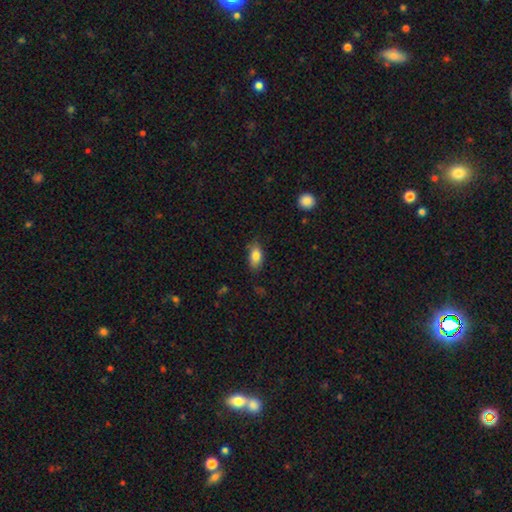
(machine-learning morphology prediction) smooth-or-featured: smooth: 82% | featured or disk: 10% | star or artifact: 8%
  how-rounded: in between: 89% | cigar-shaped: 6% | round: 5%
  merging: none: 78% | minor disturbance: 17% | major disturbance: 3% | merger: 1%